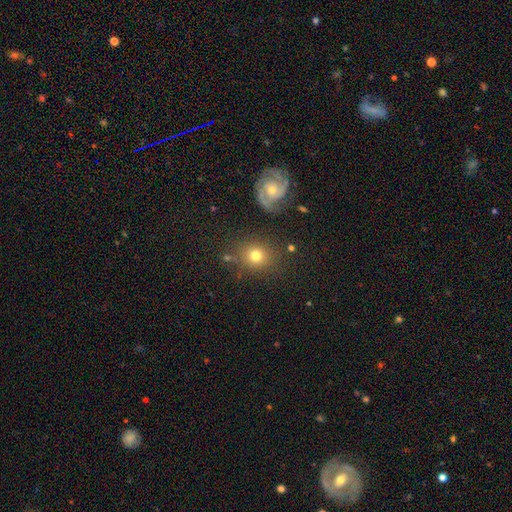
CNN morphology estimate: A smooth galaxy with no disk features (70%) that is round (74%). Merging: none (78%).